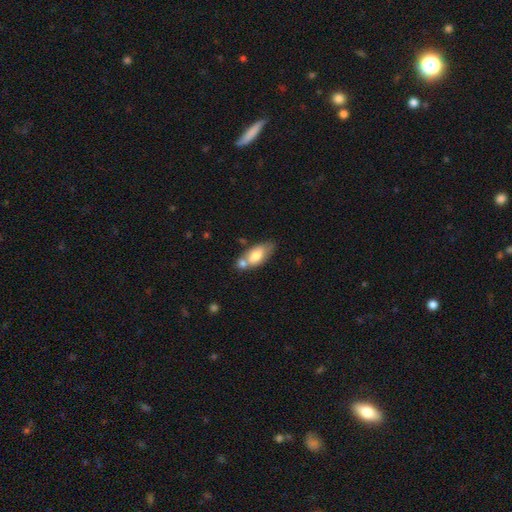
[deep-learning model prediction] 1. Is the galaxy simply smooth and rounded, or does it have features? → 71% smooth, 23% featured or disk, 7% star or artifact.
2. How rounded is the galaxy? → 85% in between, 11% cigar-shaped, 4% round.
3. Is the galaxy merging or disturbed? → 41% none, 37% merger, 16% minor disturbance, 5% major disturbance.